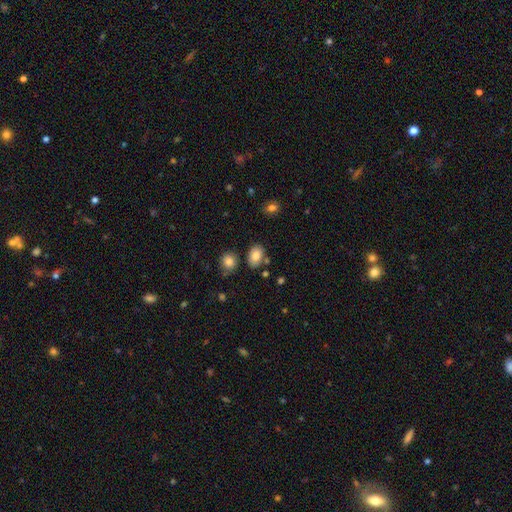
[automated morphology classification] Overall: smooth (84%). How rounded: in between (82%). Merging: none (75%).